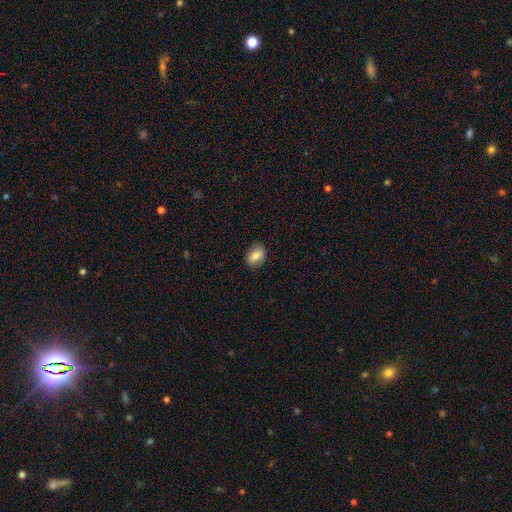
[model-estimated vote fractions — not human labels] A smooth galaxy with no disk features (81%) that is in between round and cigar-shaped (69%). Merging: none (85%).